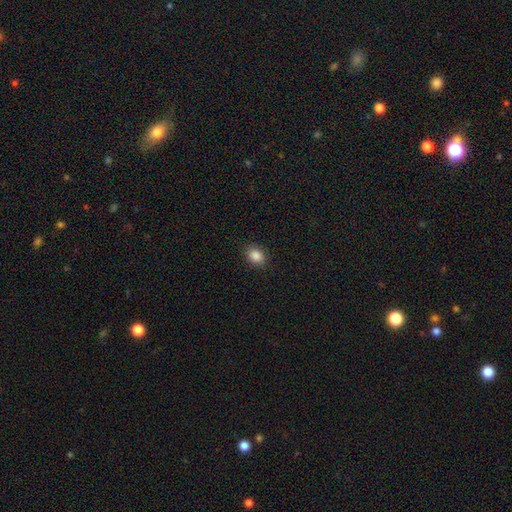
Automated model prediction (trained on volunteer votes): This is clearly a smooth galaxy (87%). How rounded: possibly in between (58%). Merging: clearly none (89%).